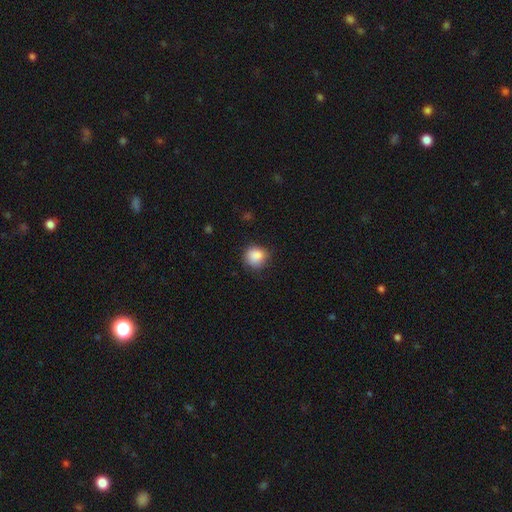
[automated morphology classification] Smooth or featured? smooth (87%)
How rounded? round (83%)
Merging? none (75%)